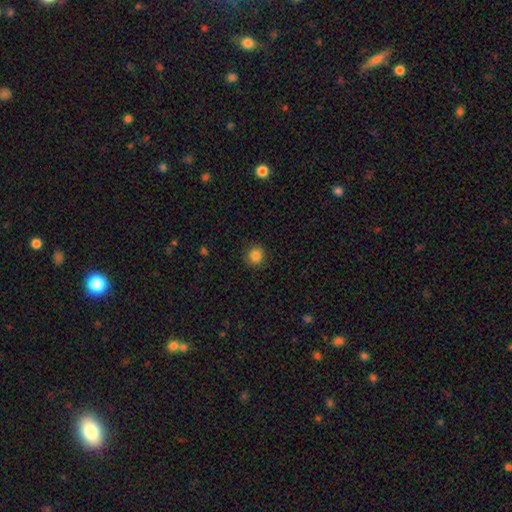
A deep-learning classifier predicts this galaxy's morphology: Smooth or featured? smooth (85%)
How rounded? round (88%)
Merging? none (89%)